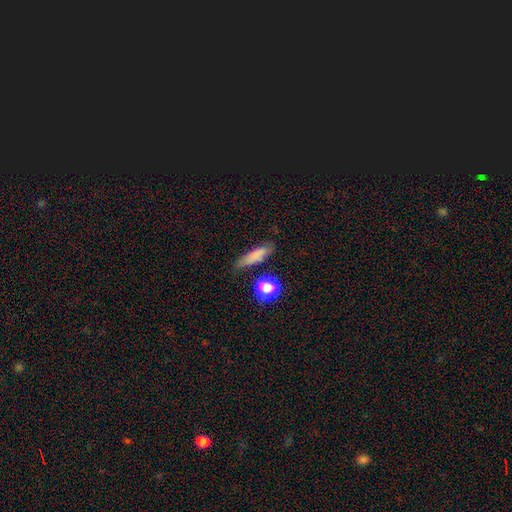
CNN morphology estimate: Smooth or featured? Predicted: smooth (p=0.77). How rounded? Predicted: cigar-shaped (p=0.63). Merging? Predicted: none (p=0.75).